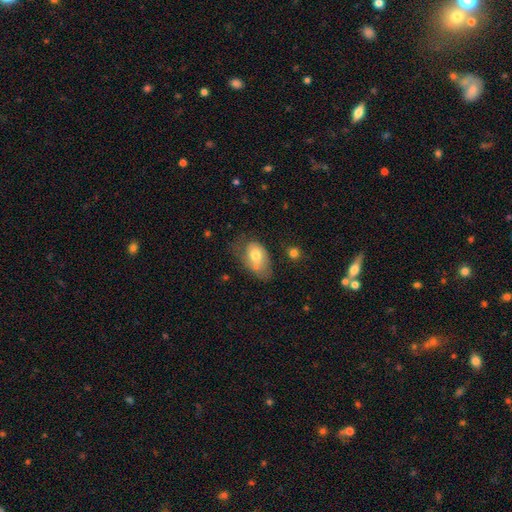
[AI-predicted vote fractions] smooth 65%, featured or disk 27%, star or artifact 7%. Down the decision tree: how rounded — in between (90%); merging — none (39%).